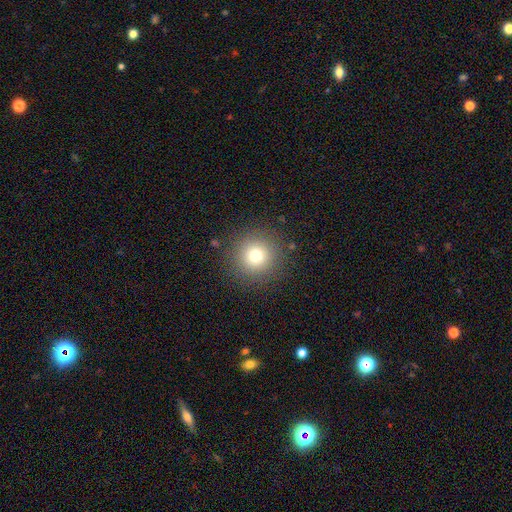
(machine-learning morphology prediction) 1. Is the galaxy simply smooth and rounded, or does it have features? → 75% smooth, 15% star or artifact, 10% featured or disk.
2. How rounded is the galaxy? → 96% round, 3% in between, 1% cigar-shaped.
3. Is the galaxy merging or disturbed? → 89% none, 6% minor disturbance, 3% major disturbance, 1% merger.